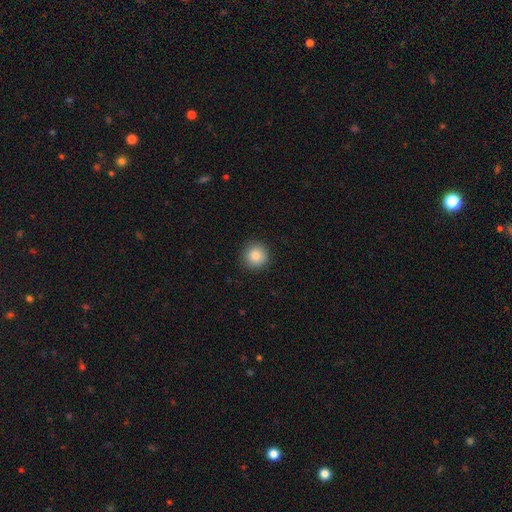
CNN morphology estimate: Smooth or featured? Predicted: smooth (p=0.86). How rounded? Predicted: round (p=0.94). Merging? Predicted: none (p=0.90).